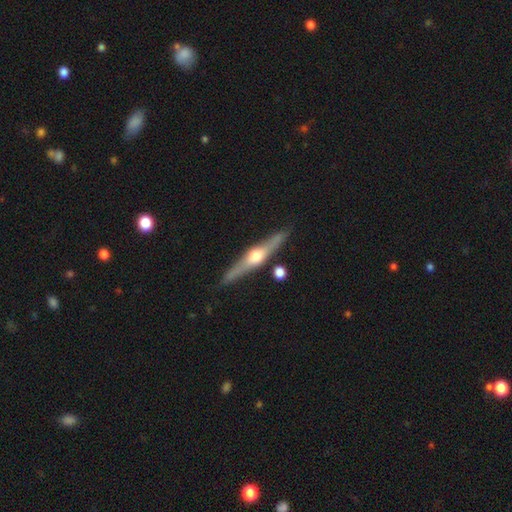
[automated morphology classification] Smooth or featured? Predicted: featured or disk (p=0.77). Edge-on disk? Predicted: yes (p=0.97). Edge-on bulge? Predicted: rounded (p=0.94). Merging? Predicted: none (p=0.86).